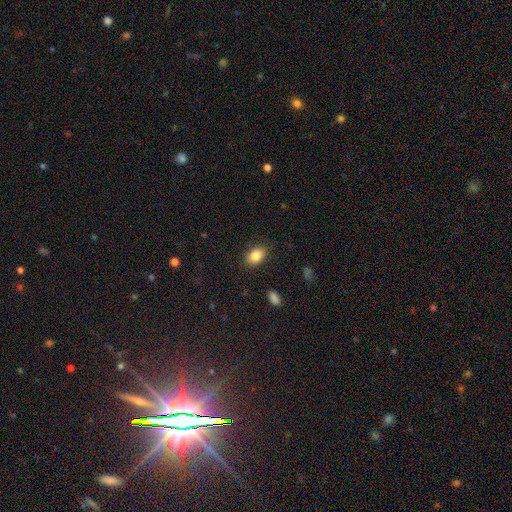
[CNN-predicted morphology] Smooth or featured: smooth — 85% (star or artifact — 8%)
How rounded: in between — 84% (round — 14%)
Merging: none — 86% (minor disturbance — 10%)